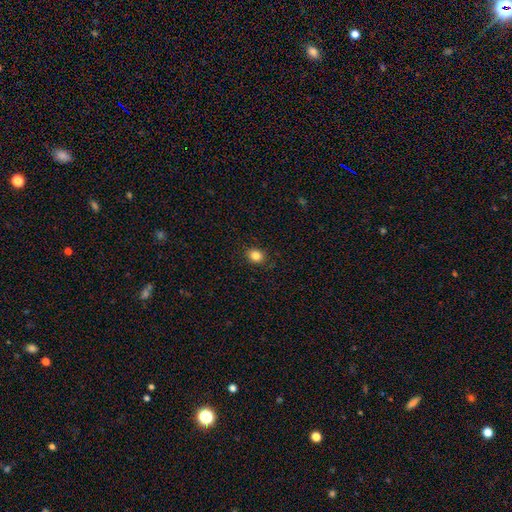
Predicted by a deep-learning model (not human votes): Smooth or featured?
  - smooth: 84% *
  - star or artifact: 11%
  - featured or disk: 5%
How rounded?
  - round: 61% *
  - in between: 39%
  - cigar-shaped: 1%
Merging?
  - none: 89% *
  - minor disturbance: 8%
  - major disturbance: 2%
  - merger: 1%